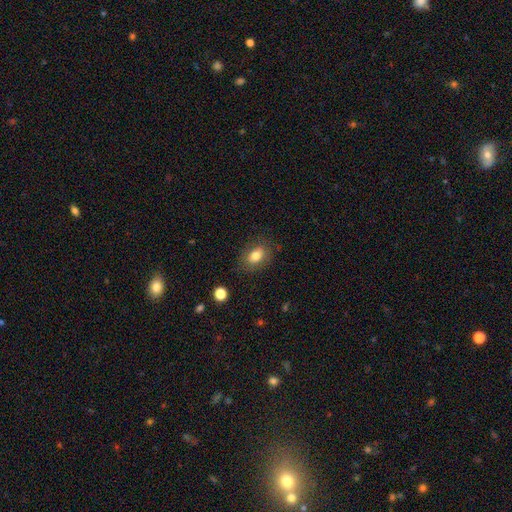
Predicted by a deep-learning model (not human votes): This appears to be a smooth galaxy with no disk features (79%) that is in between round and cigar-shaped (75%). Merging: none (81%).